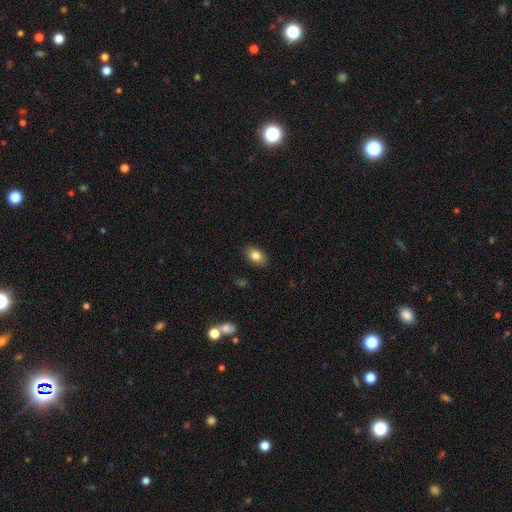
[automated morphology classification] smooth_or_featured: smooth (p=0.83) [alt: featured or disk p=0.09]
how_rounded: in between (p=0.86) [alt: round p=0.12]
merging: none (p=0.88) [alt: minor disturbance p=0.09]